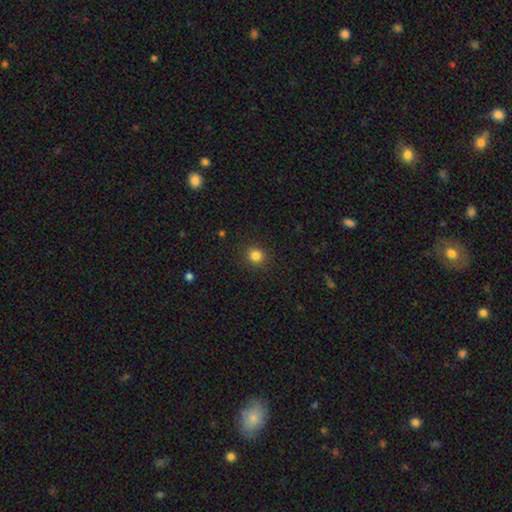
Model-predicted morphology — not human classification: This appears to be a smooth galaxy with no disk features (83%) that is round (89%). Merging: none (91%).